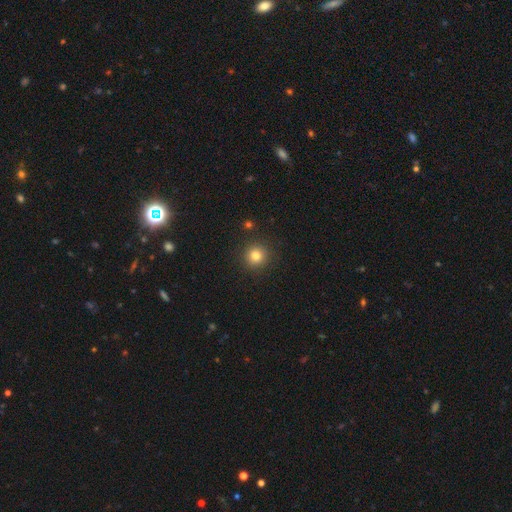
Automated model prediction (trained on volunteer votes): Morphology: type=smooth (81%); roundness=round (93%); merging=none (90%).